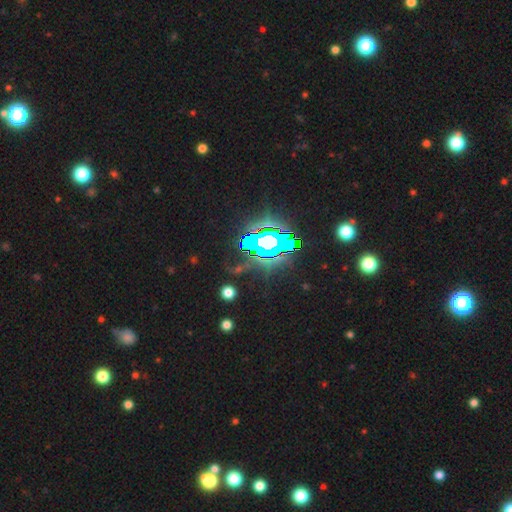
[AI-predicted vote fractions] A star or artifact, not a galaxy (81%).

Vote fractions:
- Smooth or featured? star or artifact: 81% / smooth: 10% / featured or disk: 9%